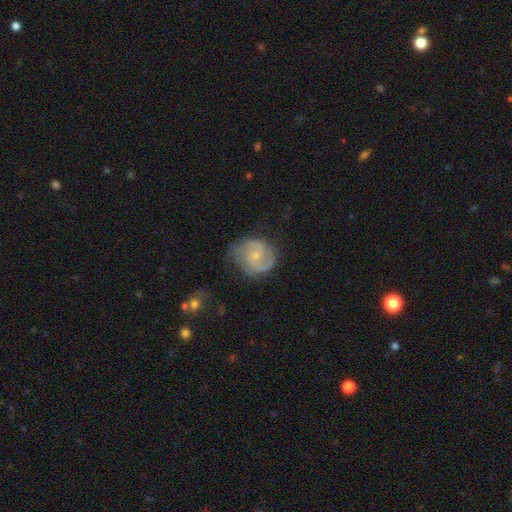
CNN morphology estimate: Smooth or featured?
  - featured or disk: 77% *
  - smooth: 17%
  - star or artifact: 6%
Edge-on disk?
  - no: 98% *
  - yes: 2%
Bar?
  - no: 60% *
  - weak: 35%
  - strong: 5%
Spiral arms?
  - yes: 93% *
  - no: 7%
Spiral winding?
  - medium: 50% *
  - tight: 33%
  - loose: 18%
Spiral arm count?
  - 2: 75% *
  - can't tell: 11%
  - 3: 6%
  - 1: 4%
  - 4: 2%
  - more than 4: 2%
Bulge size?
  - small: 66% *
  - moderate: 28%
  - none: 3%
  - large: 1%
  - dominant: 1%
Merging?
  - none: 61% *
  - minor disturbance: 26%
  - major disturbance: 11%
  - merger: 2%